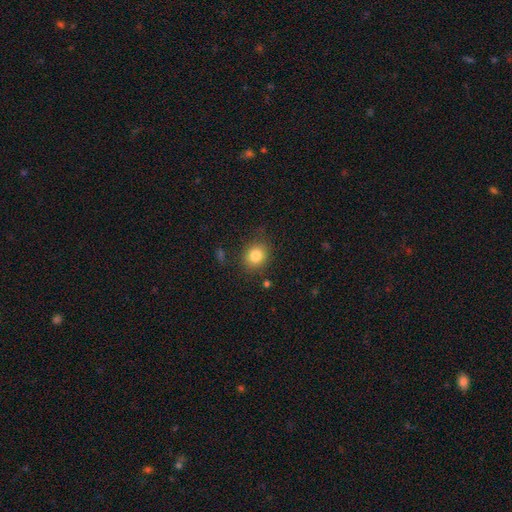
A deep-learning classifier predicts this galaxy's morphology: A smooth galaxy with no disk features (83%) that is round (71%). Merging: none (82%).